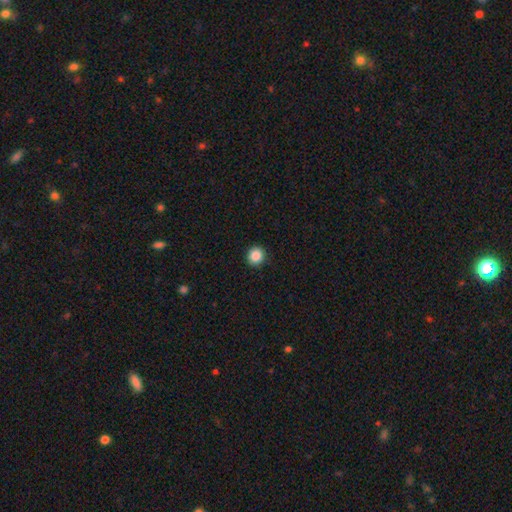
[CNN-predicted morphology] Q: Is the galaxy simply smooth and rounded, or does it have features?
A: smooth — 88%.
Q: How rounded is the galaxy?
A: round — 90%.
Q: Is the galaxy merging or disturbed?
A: none — 92%.